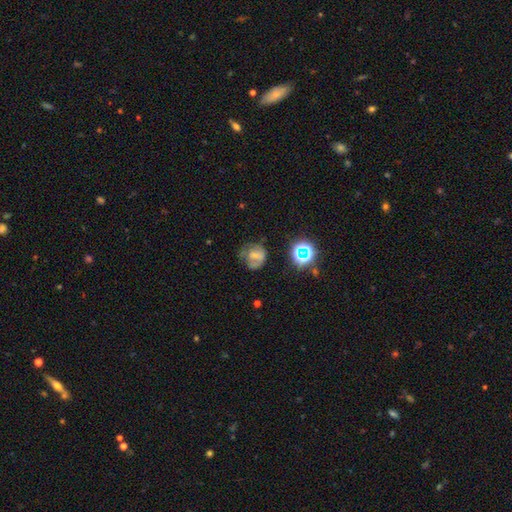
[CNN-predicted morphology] A smooth galaxy with no disk features (48%). Merging: none (45%).